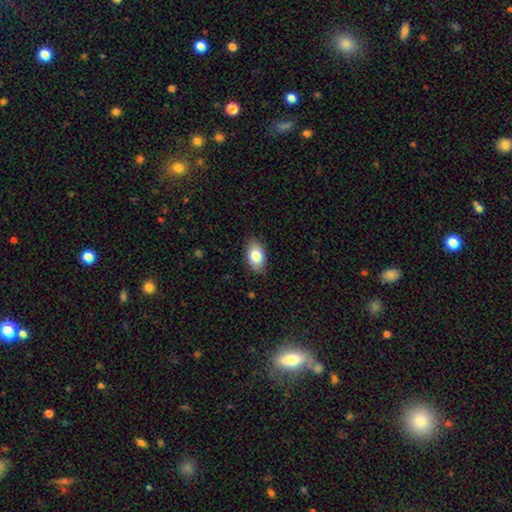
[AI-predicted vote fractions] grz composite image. It shows a smooth galaxy with no disk features (80%) that is in between round and cigar-shaped (90%). Merging: none (87%).